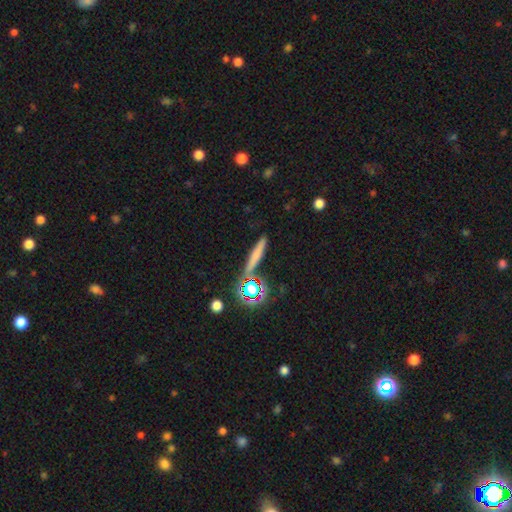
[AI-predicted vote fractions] This is likely a smooth galaxy (62%). How rounded: clearly cigar-shaped (85%). Merging: likely none (80%).